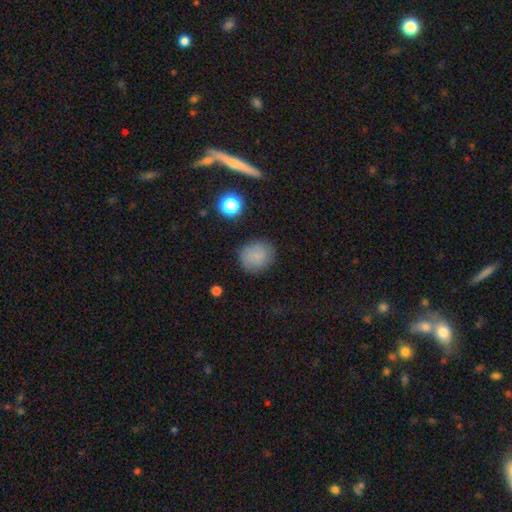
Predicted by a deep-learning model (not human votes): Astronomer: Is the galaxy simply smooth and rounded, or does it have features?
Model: smooth — 75%.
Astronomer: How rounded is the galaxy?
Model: round — 78%.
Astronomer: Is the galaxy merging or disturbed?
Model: none — 81%.